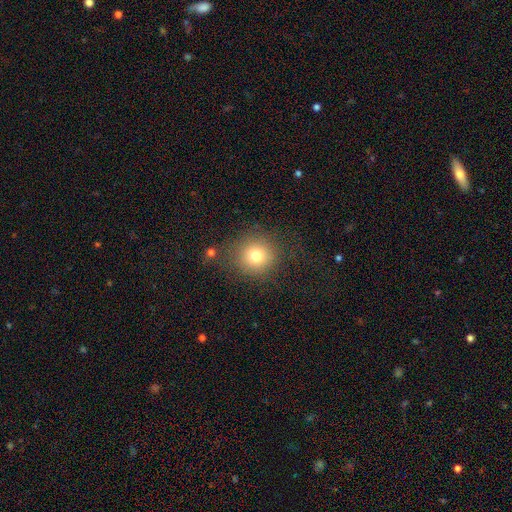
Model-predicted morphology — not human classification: Smooth or featured: smooth — 76% (star or artifact — 13%)
How rounded: round — 92% (in between — 7%)
Merging: none — 80% (minor disturbance — 11%)